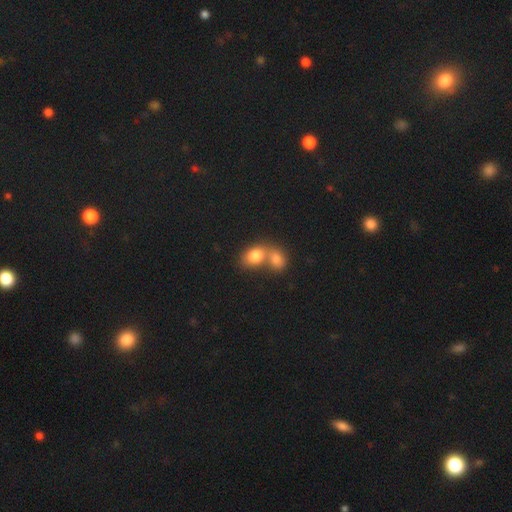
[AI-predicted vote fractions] The model was most divided on "how rounded": in between: 62%, round: 36%, cigar-shaped: 1%. More confident: smooth or featured — smooth (79%); merging — merger (67%).